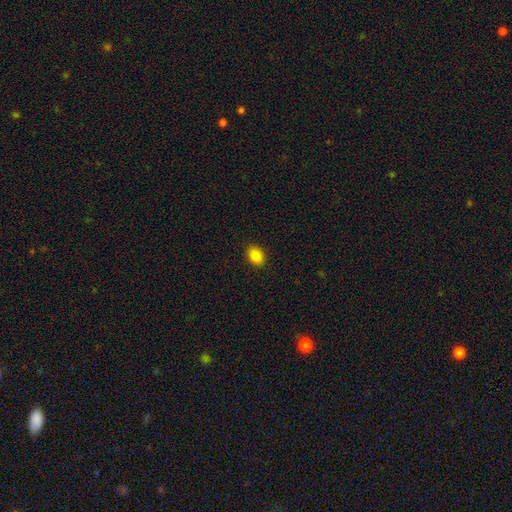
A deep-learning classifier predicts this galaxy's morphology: Smooth or featured?
  - smooth: 86% *
  - star or artifact: 10%
  - featured or disk: 4%
How rounded?
  - in between: 73% *
  - round: 26%
  - cigar-shaped: 1%
Merging?
  - none: 90% *
  - minor disturbance: 7%
  - major disturbance: 2%
  - merger: 1%